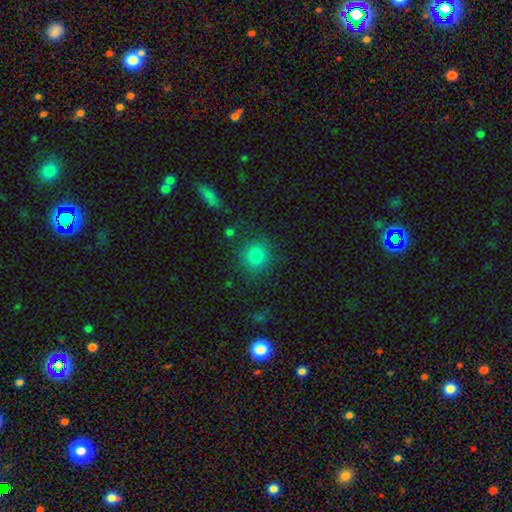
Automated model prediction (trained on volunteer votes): Smooth or featured? smooth (82%)
How rounded? round (89%)
Merging? none (84%)